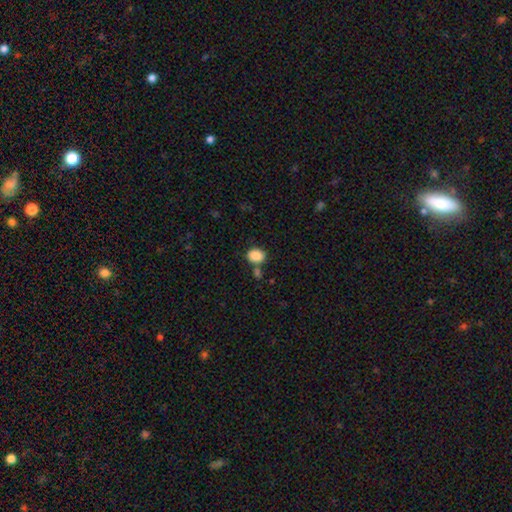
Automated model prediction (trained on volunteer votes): Smooth or featured?
  - smooth: 88% *
  - star or artifact: 8%
  - featured or disk: 4%
How rounded?
  - in between: 62% *
  - round: 37%
  - cigar-shaped: 1%
Merging?
  - none: 70% *
  - minor disturbance: 13%
  - merger: 13%
  - major disturbance: 4%